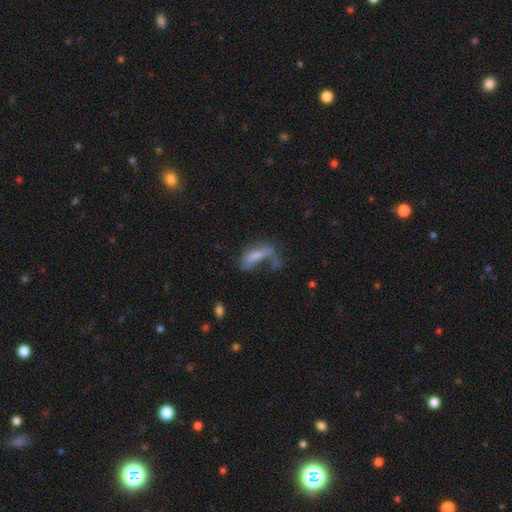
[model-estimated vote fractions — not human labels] This is possibly a smooth galaxy (53%). How rounded: possibly in between (58%). Merging: marginally major disturbance (38%).